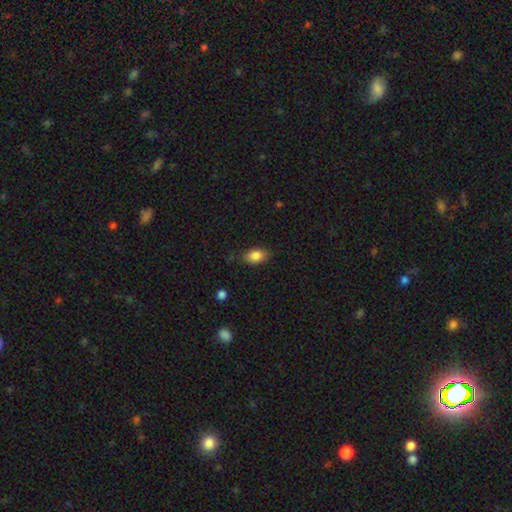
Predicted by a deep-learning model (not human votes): Smooth or featured? smooth (85%)
How rounded? in between (87%)
Merging? none (79%)